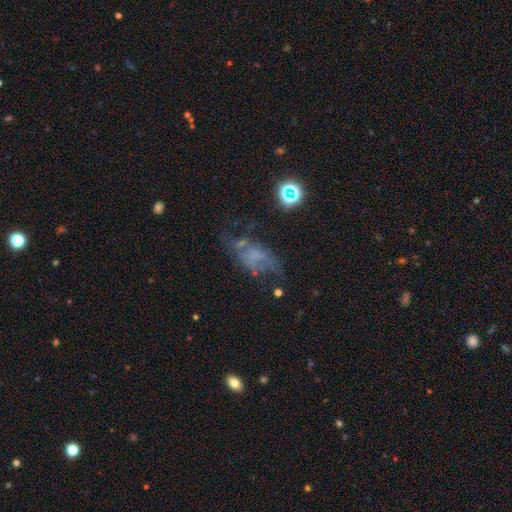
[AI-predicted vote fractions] This appears to be a featured or disk galaxy (47%). Merging: none (41%).